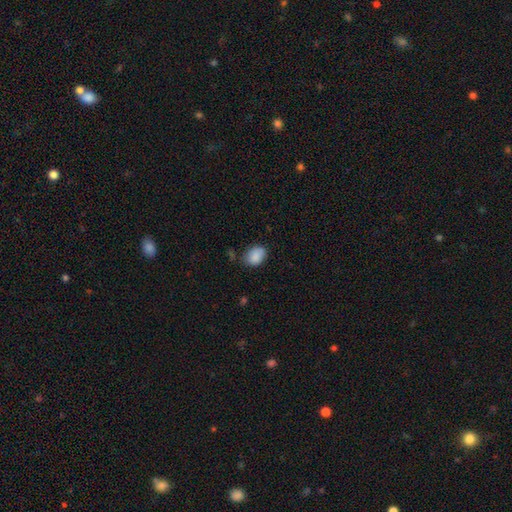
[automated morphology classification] The model was most divided on "merging": none: 68%, minor disturbance: 24%, major disturbance: 5%, merger: 3%. More confident: smooth or featured — smooth (87%); how rounded — in between (76%).